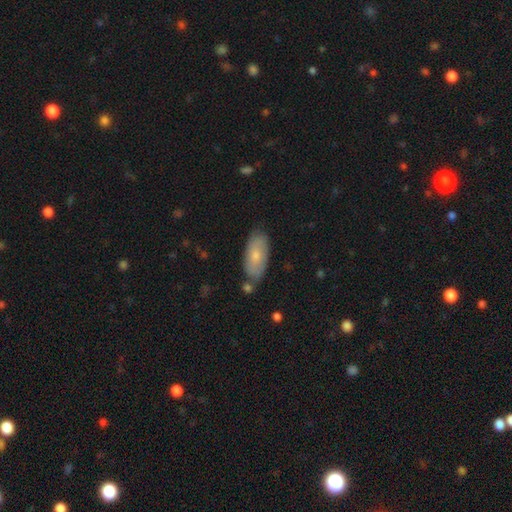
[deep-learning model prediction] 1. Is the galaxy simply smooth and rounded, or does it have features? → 69% smooth, 25% featured or disk, 6% star or artifact.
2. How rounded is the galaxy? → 89% in between, 8% cigar-shaped, 3% round.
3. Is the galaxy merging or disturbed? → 75% none, 17% minor disturbance, 6% merger, 3% major disturbance.